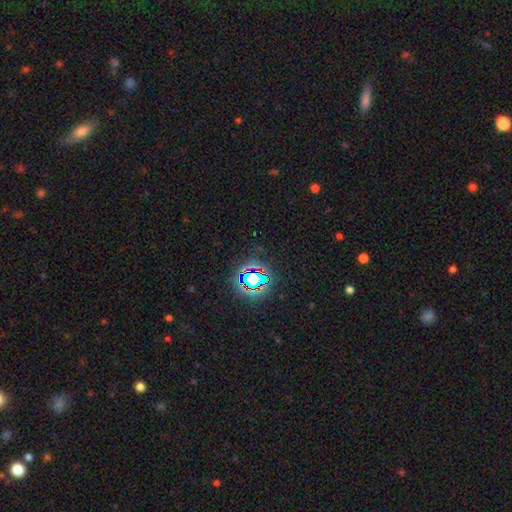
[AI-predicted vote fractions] Smooth or featured?
  - star or artifact: 81% *
  - smooth: 12%
  - featured or disk: 8%